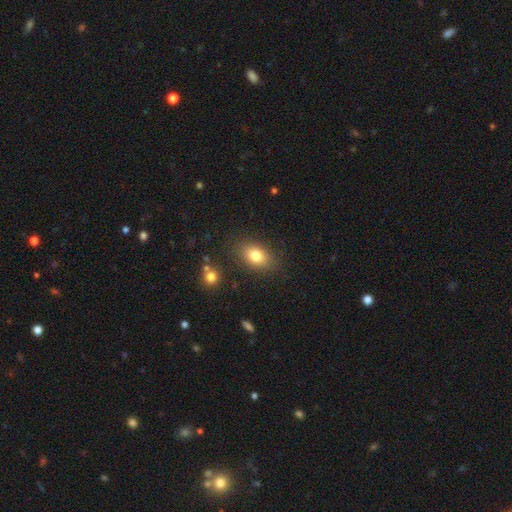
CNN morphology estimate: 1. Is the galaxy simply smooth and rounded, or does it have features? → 80% smooth, 10% featured or disk, 10% star or artifact.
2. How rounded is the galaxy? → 78% in between, 20% round, 2% cigar-shaped.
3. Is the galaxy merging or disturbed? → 83% none, 11% minor disturbance, 3% major disturbance, 2% merger.